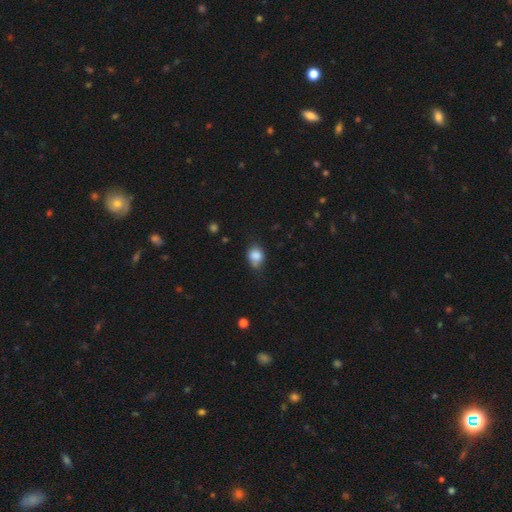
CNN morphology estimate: Overall: smooth (84%). How rounded: round (55%; in between 44%). Merging: none (52%; minor disturbance 35%).